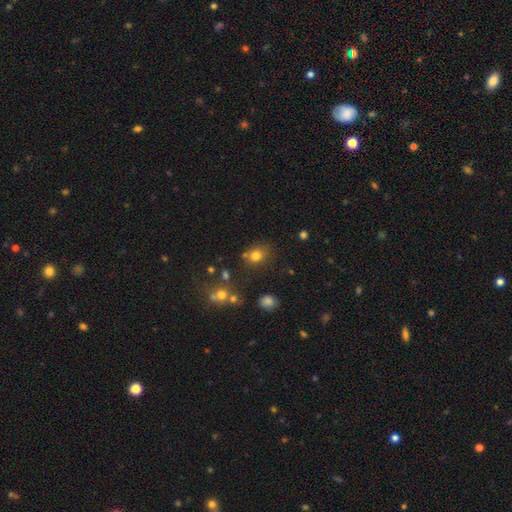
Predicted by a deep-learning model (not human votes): smooth_or_featured: smooth (p=0.77) [alt: star or artifact p=0.15]
how_rounded: round (p=0.63) [alt: in between p=0.36]
merging: none (p=0.68) [alt: minor disturbance p=0.15]